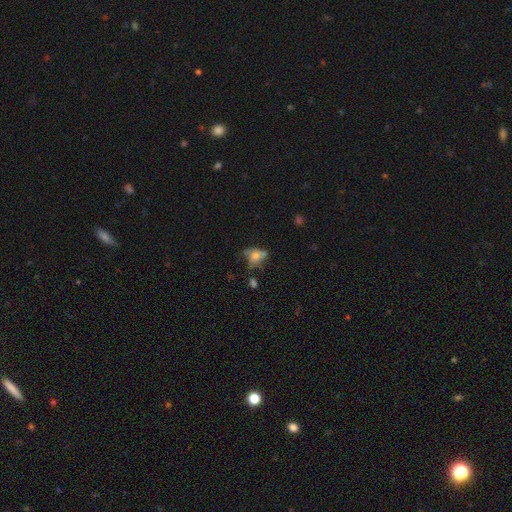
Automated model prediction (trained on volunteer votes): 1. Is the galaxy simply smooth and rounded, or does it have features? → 49% smooth, 37% featured or disk, 15% star or artifact.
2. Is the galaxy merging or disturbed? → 38% none, 27% major disturbance, 25% minor disturbance, 9% merger.